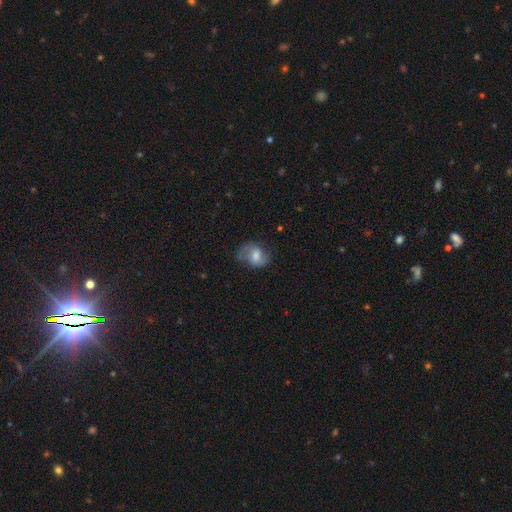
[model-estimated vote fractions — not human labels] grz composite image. It shows a featured or disk galaxy (47%). Merging: none (57%).